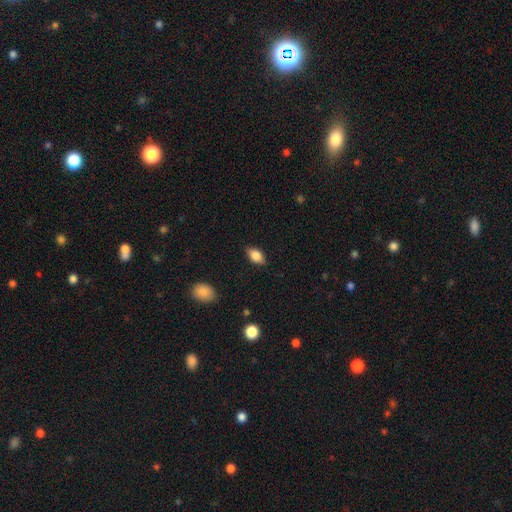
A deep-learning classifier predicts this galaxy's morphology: Smooth or featured: smooth — 82% (featured or disk — 10%)
How rounded: in between — 87% (round — 9%)
Merging: none — 83% (minor disturbance — 13%)